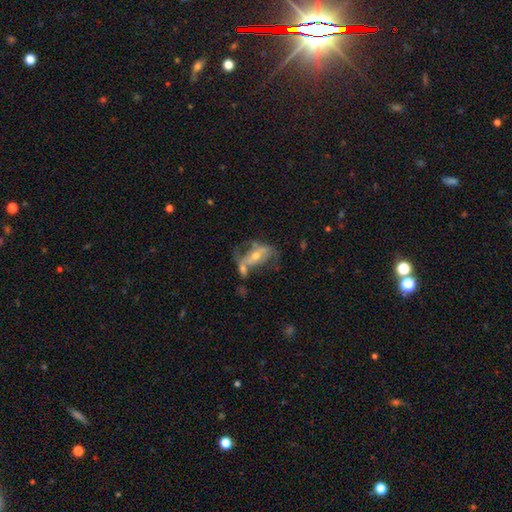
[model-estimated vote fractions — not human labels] Overall: featured or disk (72%). Edge-on disk: no (91%). Bar: no (40%; weak 32%). Spiral arms: yes (65%; no 35%). Bulge size: moderate (51%; small 42%). Merging: none (31%; merger 28%).